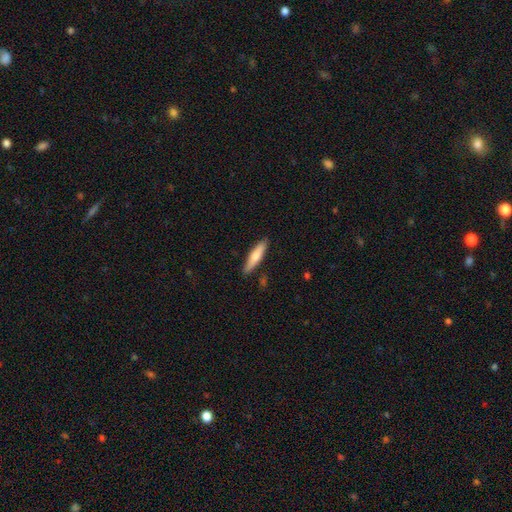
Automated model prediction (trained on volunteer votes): Morphology: type=smooth (68%); roundness=cigar-shaped (81%); merging=none (87%).